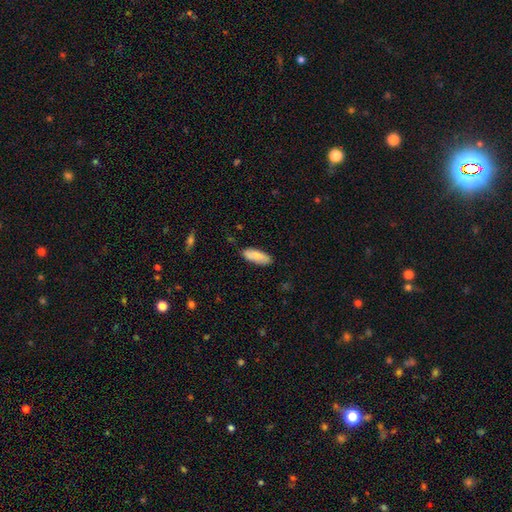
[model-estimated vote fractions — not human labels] Smooth or featured? smooth (83%)
How rounded? in between (74%)
Merging? none (84%)